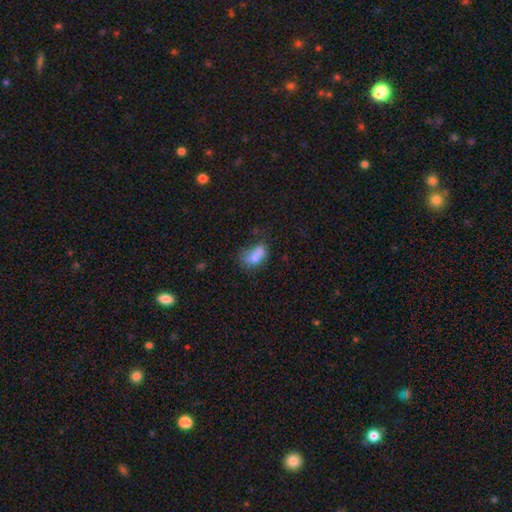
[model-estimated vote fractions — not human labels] Morphology: type=smooth (70%); roundness=in between (81%); merging=none (31%).